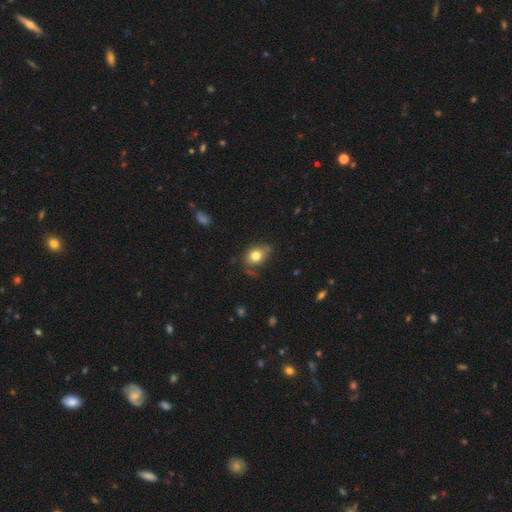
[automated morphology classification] A smooth galaxy with no disk features (77%) that is in between round and cigar-shaped (54%). Merging: none (60%).